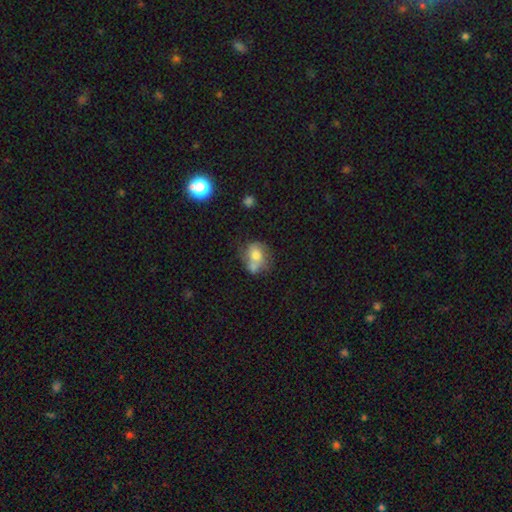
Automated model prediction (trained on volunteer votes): Morphology: type=smooth (65%); roundness=round (53%); merging=merger (37%).